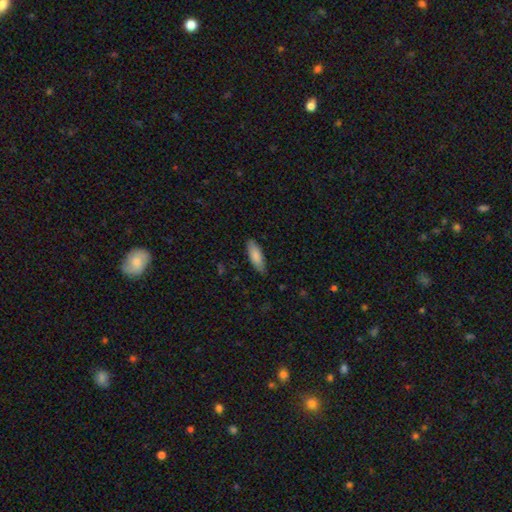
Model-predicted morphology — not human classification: Overall: smooth (84%). How rounded: in between (60%; cigar-shaped 39%). Merging: none (81%).